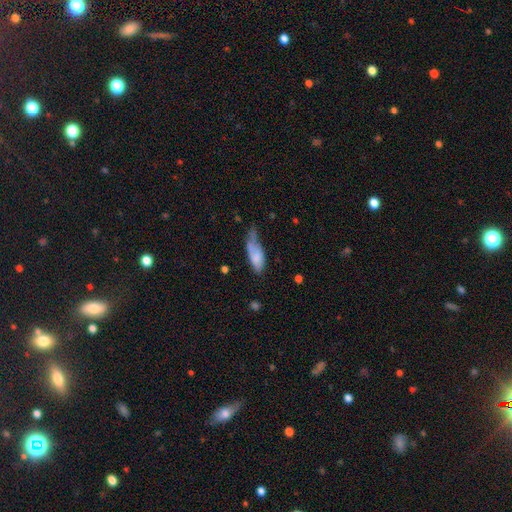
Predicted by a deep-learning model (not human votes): This appears to be a smooth galaxy with no disk features (69%) that is in between round and cigar-shaped (71%). Merging: minor disturbance (36%).